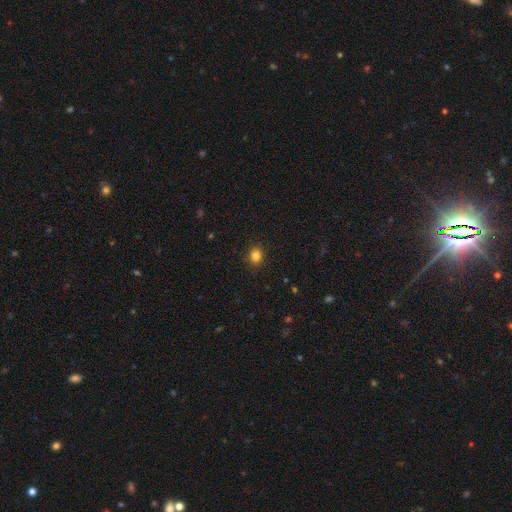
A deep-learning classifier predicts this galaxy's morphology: Smooth or featured: smooth — 84% (star or artifact — 12%)
How rounded: round — 78% (in between — 21%)
Merging: none — 90% (minor disturbance — 7%)